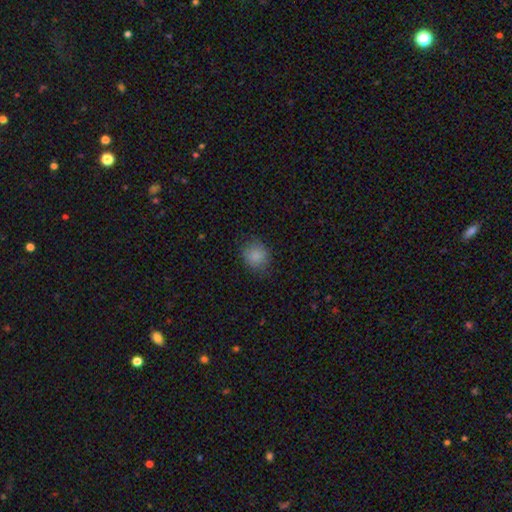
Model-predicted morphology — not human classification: This appears to be a smooth galaxy with no disk features (85%) that is round (75%). Merging: none (80%).